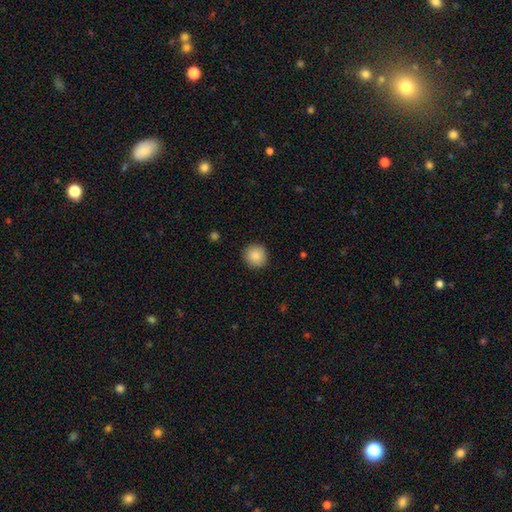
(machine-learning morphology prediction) Smooth or featured: smooth — 87% (star or artifact — 8%)
How rounded: round — 92% (in between — 7%)
Merging: none — 91% (minor disturbance — 6%)